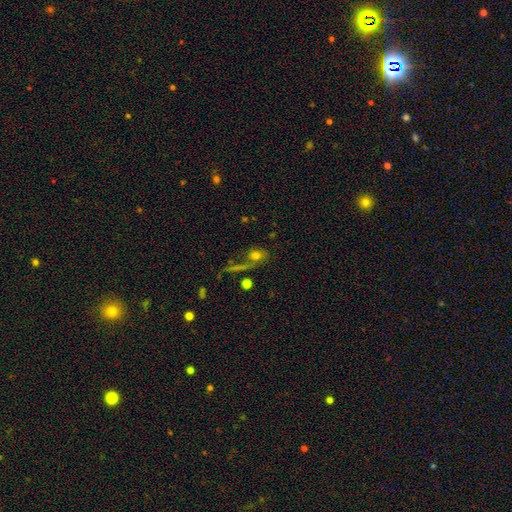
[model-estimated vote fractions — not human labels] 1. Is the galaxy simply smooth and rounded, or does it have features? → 64% smooth, 19% star or artifact, 17% featured or disk.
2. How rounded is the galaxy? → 48% in between, 47% round, 5% cigar-shaped.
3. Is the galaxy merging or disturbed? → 48% none, 23% merger, 15% major disturbance, 15% minor disturbance.